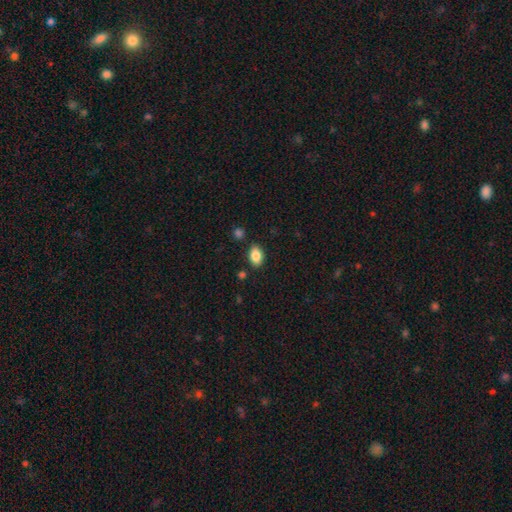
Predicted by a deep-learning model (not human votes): The model was most divided on "merging": none: 83%, minor disturbance: 11%, merger: 3%, major disturbance: 2%. More confident: how rounded — in between (86%); smooth or featured — smooth (85%).